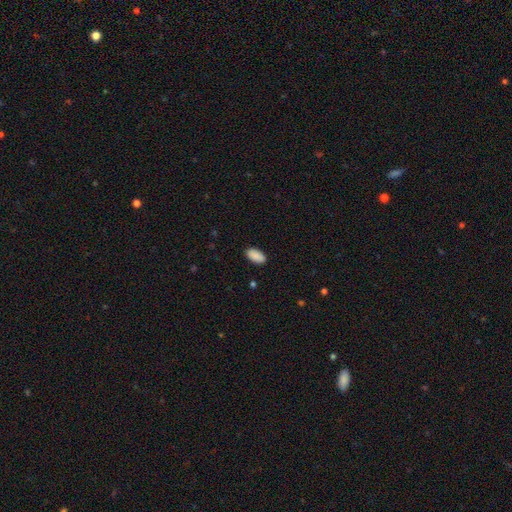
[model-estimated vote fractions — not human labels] The model was most divided on "merging": none: 88%, minor disturbance: 9%, major disturbance: 2%, merger: 1%. More confident: how rounded — in between (95%); smooth or featured — smooth (90%).